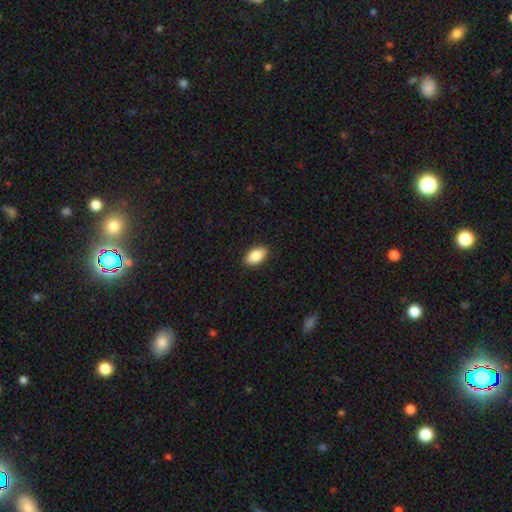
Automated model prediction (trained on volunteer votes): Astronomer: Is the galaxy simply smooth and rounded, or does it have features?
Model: smooth — 87%.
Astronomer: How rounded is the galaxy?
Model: in between — 93%.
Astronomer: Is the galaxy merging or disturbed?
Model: none — 89%.